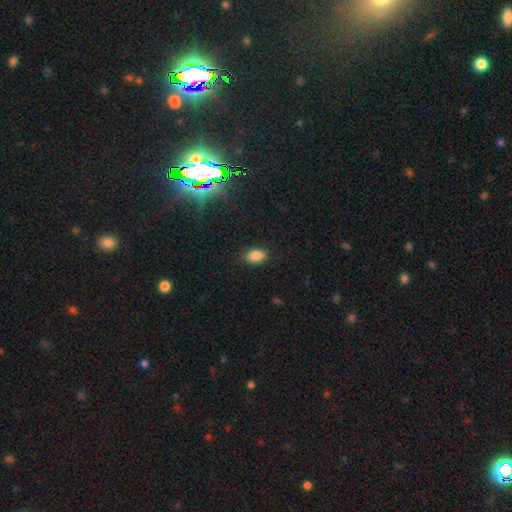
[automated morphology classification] Smooth or featured: smooth — 86% (star or artifact — 10%)
How rounded: in between — 89% (round — 10%)
Merging: none — 87% (minor disturbance — 9%)